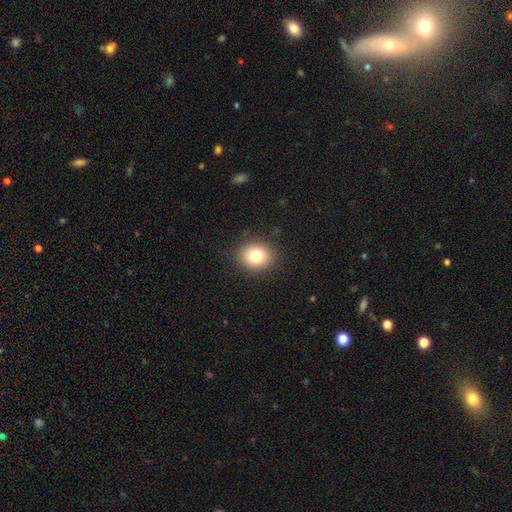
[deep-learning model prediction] Q: Smooth or featured?
A: smooth (80%); runner-up: star or artifact (10%)
Q: How rounded?
A: round (68%); runner-up: in between (31%)
Q: Merging?
A: none (89%); runner-up: minor disturbance (8%)